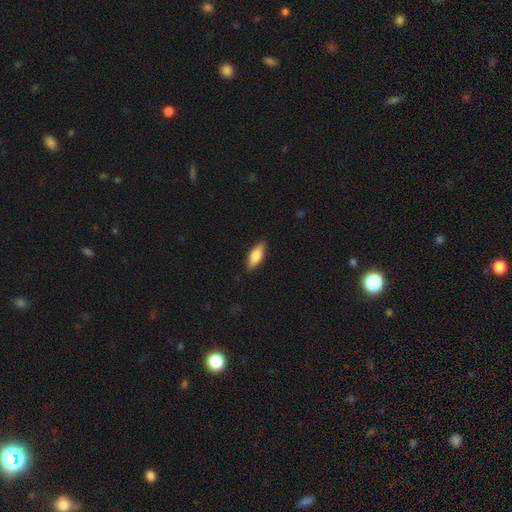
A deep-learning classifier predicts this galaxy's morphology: This is likely a smooth galaxy (75%). How rounded: likely in between (70%). Merging: clearly none (87%).